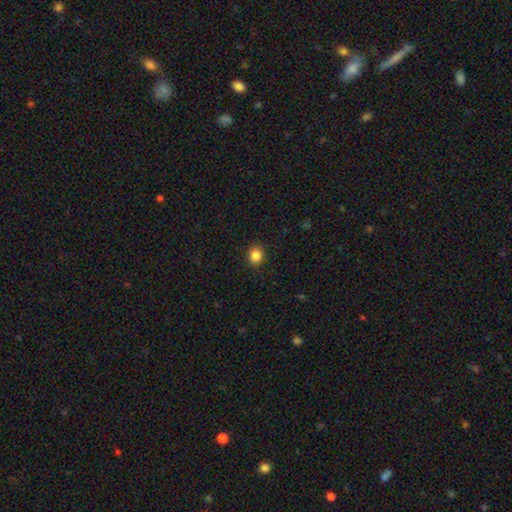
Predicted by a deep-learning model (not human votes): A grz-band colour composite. It shows a smooth galaxy with no disk features (86%) that is round (69%). Merging: none (90%).